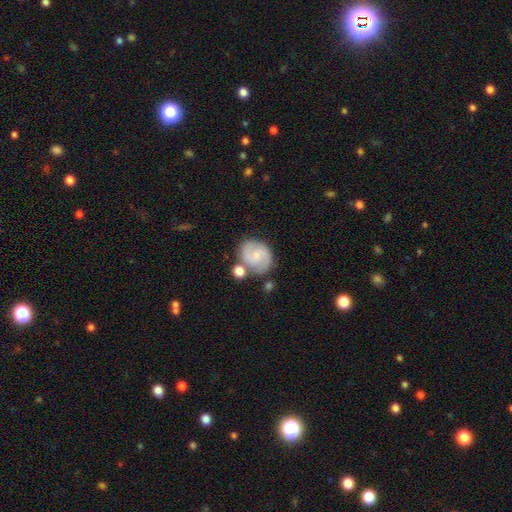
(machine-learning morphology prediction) Overall: featured or disk (73%). Edge-on disk: no (98%). Bar: no (52%; weak 41%). Spiral arms: yes (95%). Spiral arm count: 2 (88%). Spiral winding: medium (53%; tight 30%). Bulge size: small (61%; moderate 22%). Merging: none (69%).